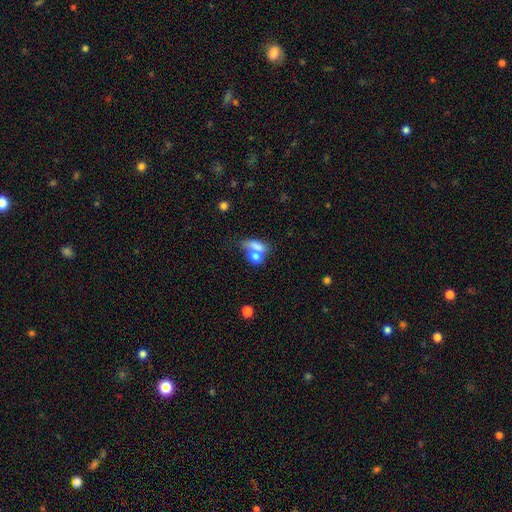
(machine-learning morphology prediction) The model was most divided on "how rounded": in between: 67%, round: 26%, cigar-shaped: 7%. More confident: smooth or featured — smooth (72%); merging — merger (65%).